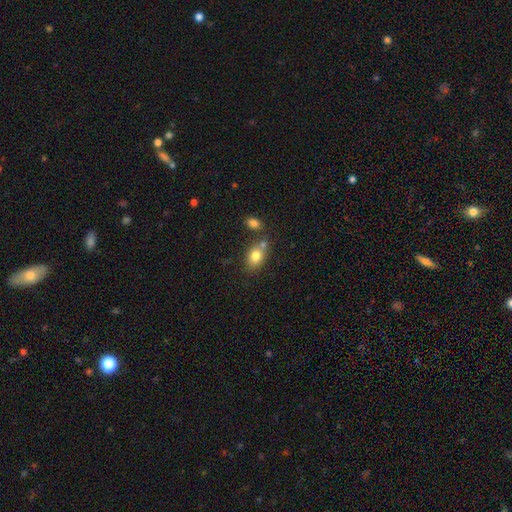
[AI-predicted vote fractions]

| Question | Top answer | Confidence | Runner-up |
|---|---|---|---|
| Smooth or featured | smooth | 80% | featured or disk (10%) |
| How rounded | in between | 73% | round (26%) |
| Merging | none | 58% | merger (26%) |